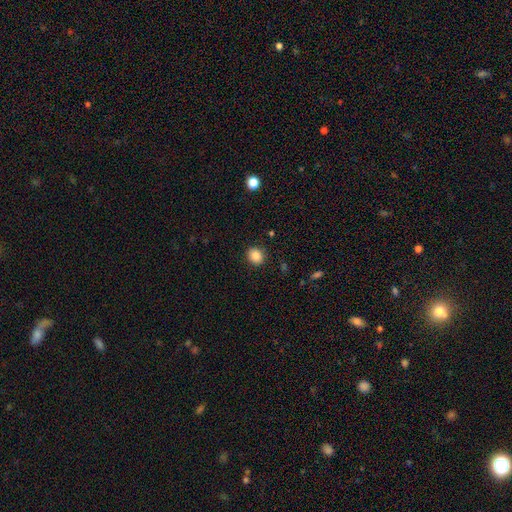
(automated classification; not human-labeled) Smooth or featured? smooth (85%)
How rounded? round (75%)
Merging? none (90%)